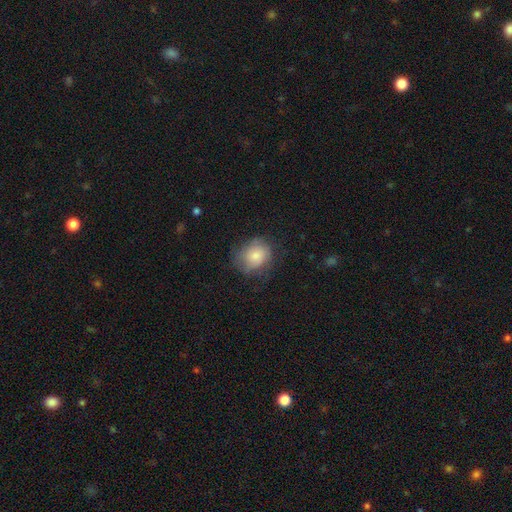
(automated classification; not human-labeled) This is likely a smooth galaxy (76%). How rounded: likely round (64%). Merging: likely none (62%).